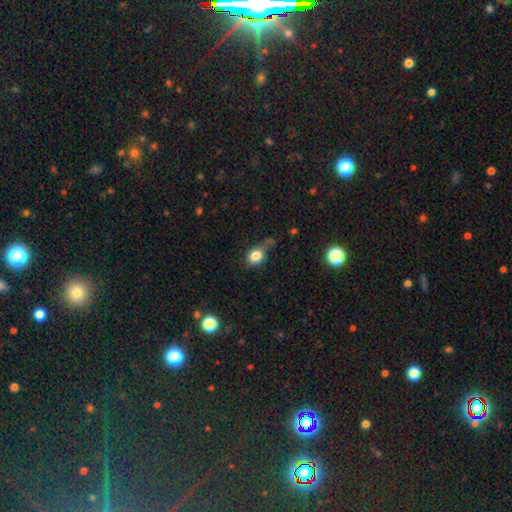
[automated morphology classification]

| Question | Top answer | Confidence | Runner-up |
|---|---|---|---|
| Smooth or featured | smooth | 81% | star or artifact (10%) |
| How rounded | round | 53% | in between (46%) |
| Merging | none | 51% | minor disturbance (28%) |